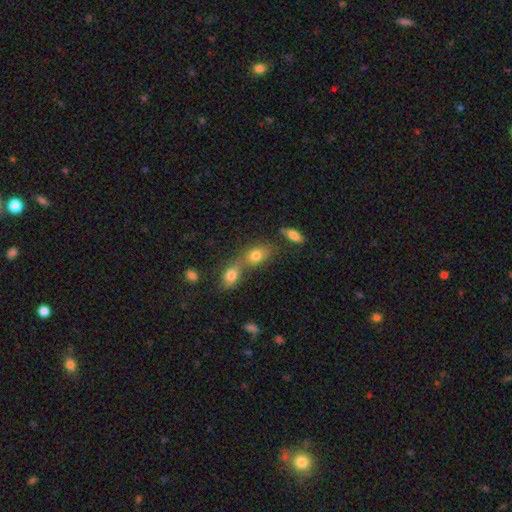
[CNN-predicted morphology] Smooth or featured? Predicted: smooth (p=0.77). How rounded? Predicted: in between (p=0.68). Merging? Predicted: merger (p=0.62).